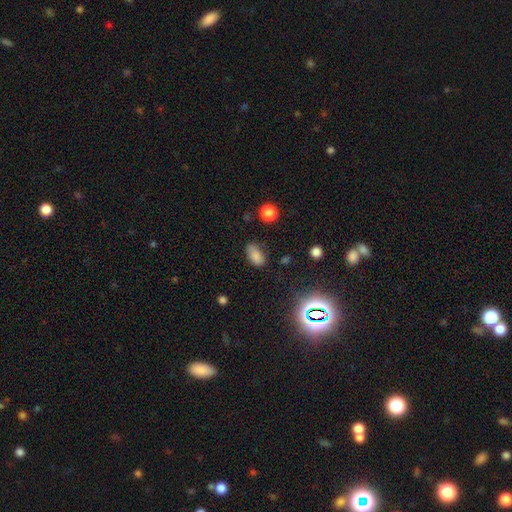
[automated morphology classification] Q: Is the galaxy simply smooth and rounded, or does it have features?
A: smooth — 78%.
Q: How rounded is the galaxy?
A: in between — 89%.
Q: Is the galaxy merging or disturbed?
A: none — 63%.